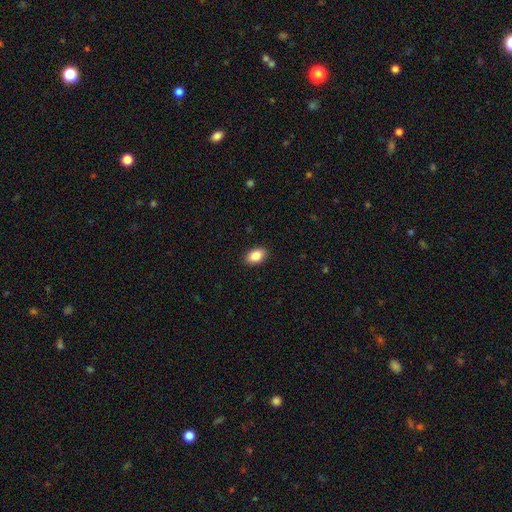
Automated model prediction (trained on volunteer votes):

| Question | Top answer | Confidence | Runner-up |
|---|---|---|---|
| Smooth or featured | smooth | 88% | star or artifact (7%) |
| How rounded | in between | 91% | round (7%) |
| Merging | none | 90% | minor disturbance (8%) |